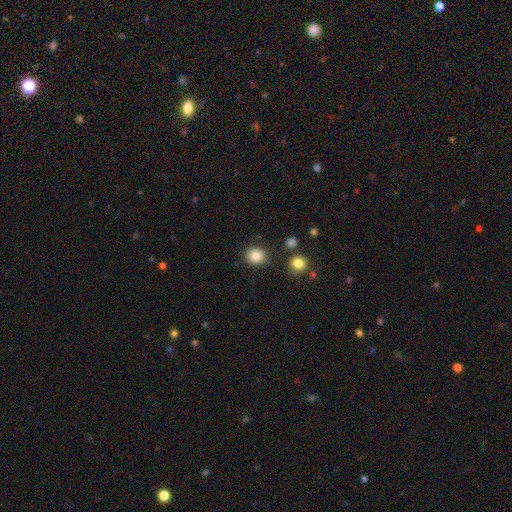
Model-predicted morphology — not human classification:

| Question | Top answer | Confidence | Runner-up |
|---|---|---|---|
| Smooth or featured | smooth | 85% | star or artifact (10%) |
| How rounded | round | 82% | in between (17%) |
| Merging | none | 85% | minor disturbance (9%) |